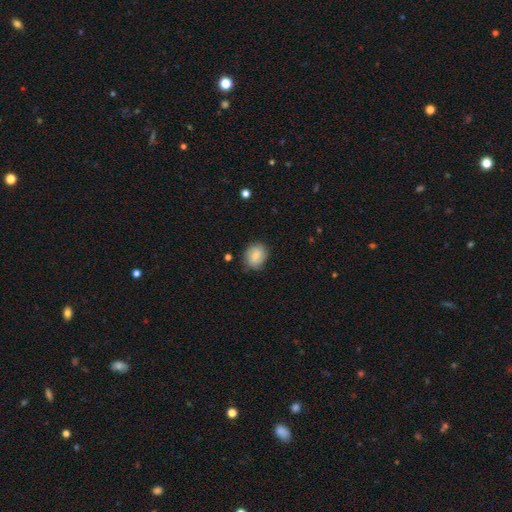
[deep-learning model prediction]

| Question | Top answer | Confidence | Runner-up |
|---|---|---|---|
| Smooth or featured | smooth | 72% | featured or disk (20%) |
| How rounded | round | 60% | in between (39%) |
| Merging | none | 77% | minor disturbance (18%) |